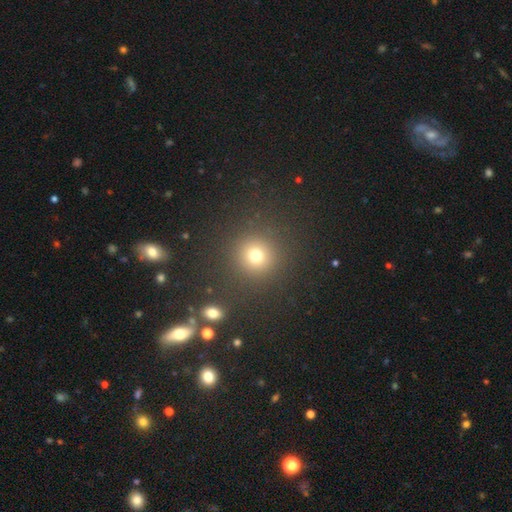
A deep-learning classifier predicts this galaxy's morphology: Q: Smooth or featured?
A: smooth (75%); runner-up: star or artifact (18%)
Q: How rounded?
A: round (93%); runner-up: in between (6%)
Q: Merging?
A: none (87%); runner-up: minor disturbance (6%)